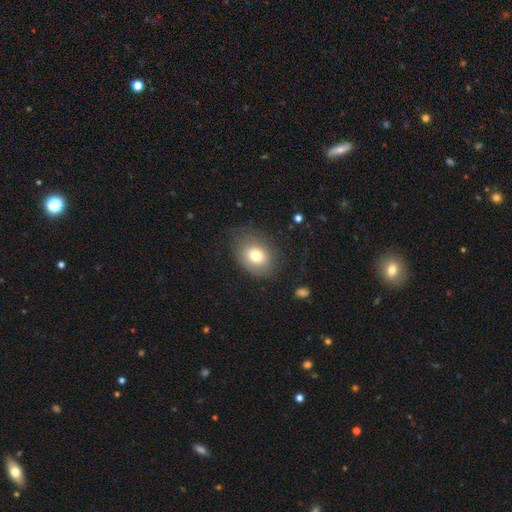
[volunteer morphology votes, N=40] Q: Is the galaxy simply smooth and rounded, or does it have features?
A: smooth — 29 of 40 (72%).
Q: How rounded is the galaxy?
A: in between — 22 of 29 (76%).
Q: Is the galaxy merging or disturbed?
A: none — 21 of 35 (60%).